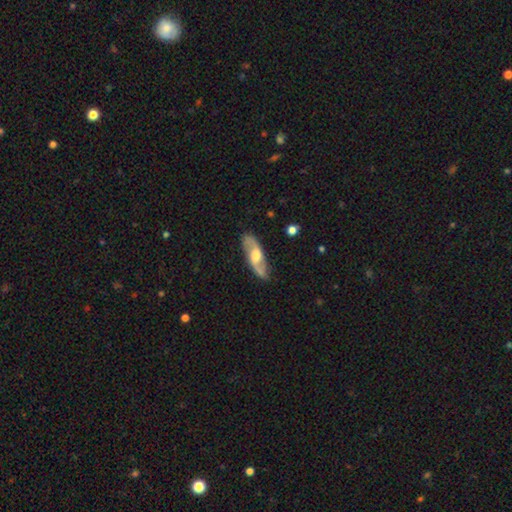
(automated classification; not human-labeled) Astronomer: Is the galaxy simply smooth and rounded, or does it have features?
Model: featured or disk — 71%.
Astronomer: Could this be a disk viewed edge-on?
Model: no — 80%.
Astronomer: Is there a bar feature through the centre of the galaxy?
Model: no — 47% (runner-up: weak, 42%).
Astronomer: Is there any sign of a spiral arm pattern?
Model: yes — 87%.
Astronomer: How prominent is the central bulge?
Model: moderate — 52% (runner-up: large, 35%).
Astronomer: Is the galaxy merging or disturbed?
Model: none — 84%.